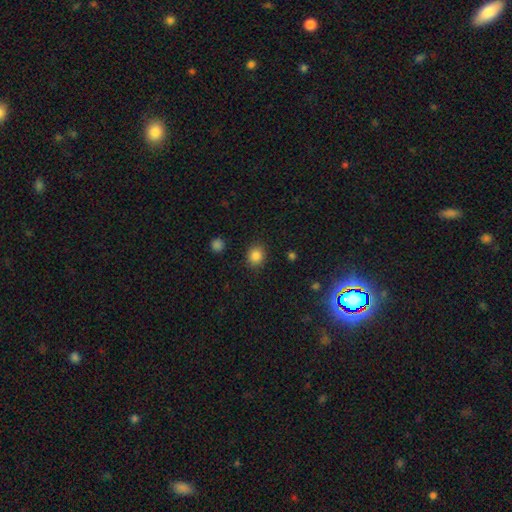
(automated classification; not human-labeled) A smooth galaxy with no disk features (85%) that is round (72%). Merging: none (87%).